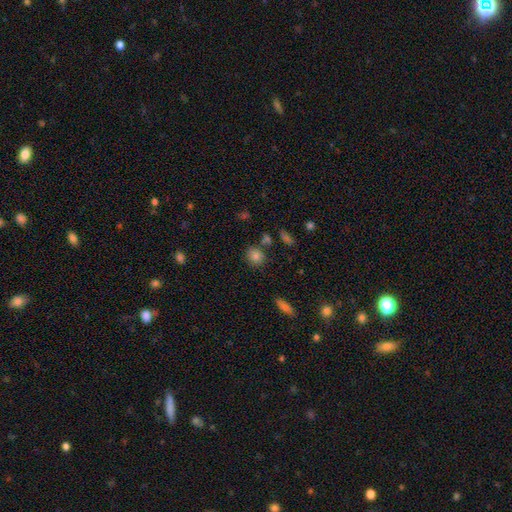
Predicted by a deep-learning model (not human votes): Overall: smooth (81%). How rounded: round (81%). Merging: none (78%).